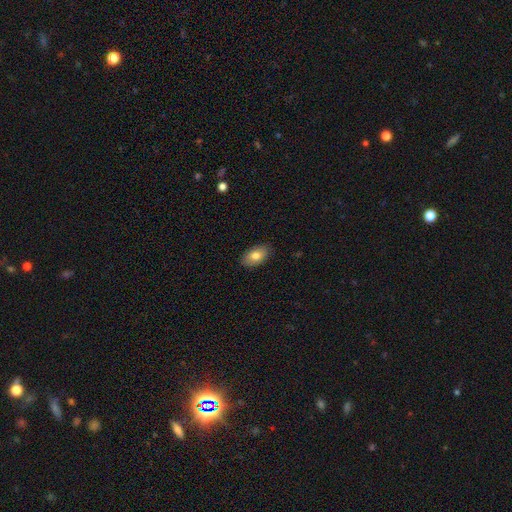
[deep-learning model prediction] Smooth or featured? smooth (78%)
How rounded? in between (92%)
Merging? none (87%)